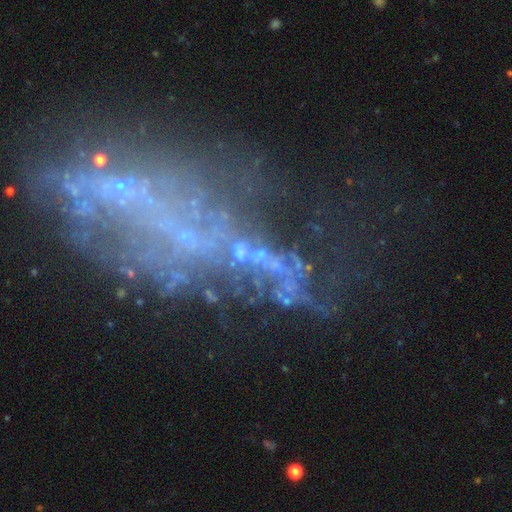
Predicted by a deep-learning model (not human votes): Smooth or featured: featured or disk — 47% (star or artifact — 38%)
Merging: none — 39% (major disturbance — 31%)